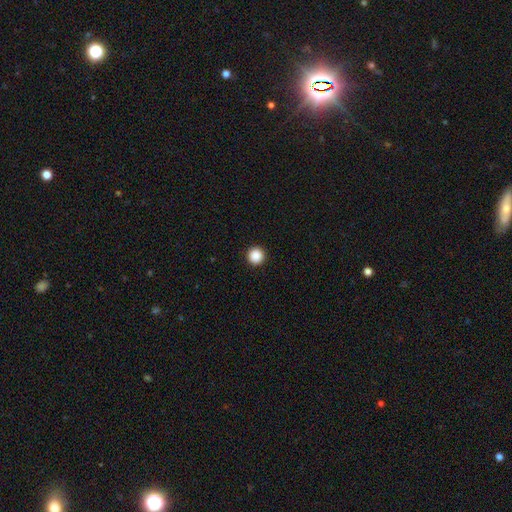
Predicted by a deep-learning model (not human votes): Smooth or featured? smooth (88%)
How rounded? round (96%)
Merging? none (94%)